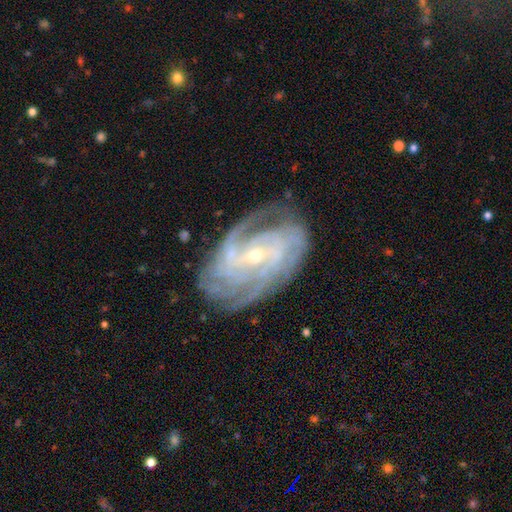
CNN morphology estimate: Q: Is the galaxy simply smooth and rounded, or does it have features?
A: featured or disk — 90%.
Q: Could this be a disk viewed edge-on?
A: no — 96%.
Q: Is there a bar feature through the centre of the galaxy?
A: weak — 41%.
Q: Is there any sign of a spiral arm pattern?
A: yes — 98%.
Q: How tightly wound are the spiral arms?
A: tight — 61%.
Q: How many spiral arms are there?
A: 4 — 23%, tied with 3.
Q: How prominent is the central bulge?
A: small — 73%.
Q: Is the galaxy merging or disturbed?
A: none — 75%.